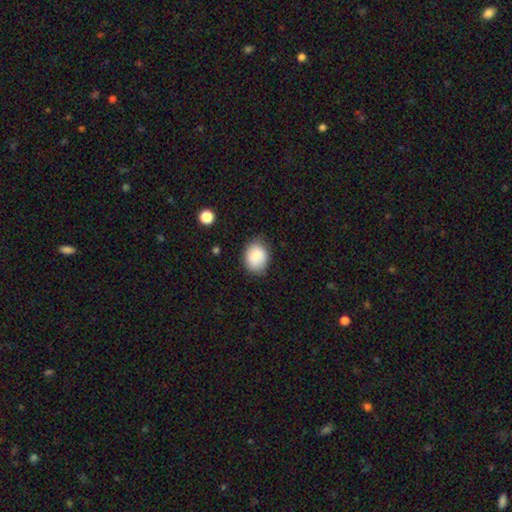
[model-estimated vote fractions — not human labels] This is clearly a smooth galaxy (84%). How rounded: possibly in between (56%). Merging: likely none (75%).